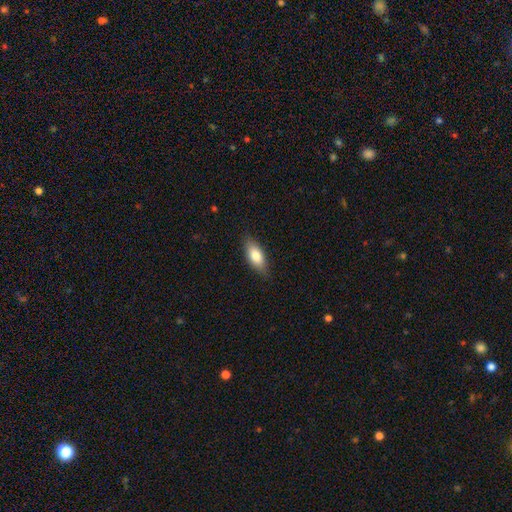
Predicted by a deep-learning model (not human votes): This appears to be a smooth galaxy with no disk features (79%) that is in between round and cigar-shaped (82%). Merging: none (84%).